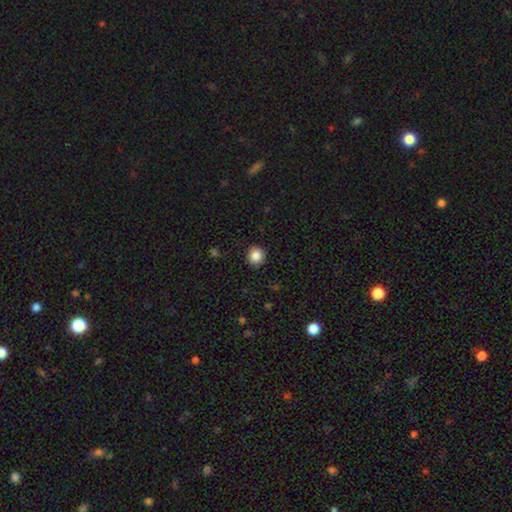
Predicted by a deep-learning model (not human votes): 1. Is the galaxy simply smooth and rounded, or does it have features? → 86% smooth, 10% star or artifact, 4% featured or disk.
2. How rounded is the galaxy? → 93% round, 6% in between, 1% cigar-shaped.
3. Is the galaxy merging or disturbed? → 91% none, 6% minor disturbance, 2% major disturbance, 1% merger.